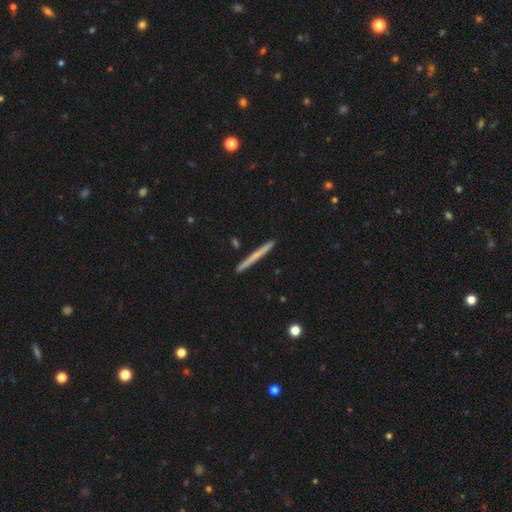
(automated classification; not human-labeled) Morphology: type=smooth (54%); roundness=cigar-shaped (97%); merging=none (92%).